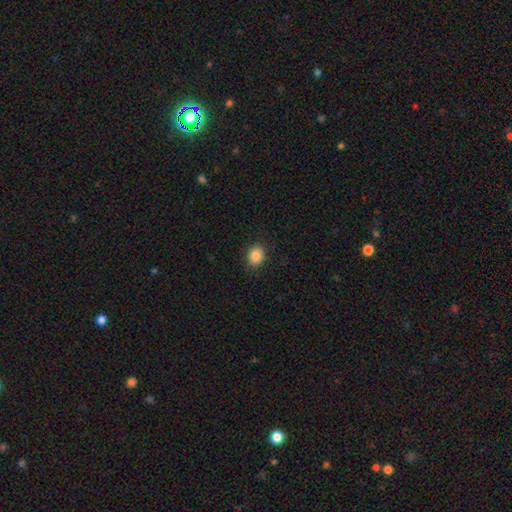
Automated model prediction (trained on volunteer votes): Smooth or featured: smooth — 86% (star or artifact — 9%)
How rounded: round — 51% (in between — 48%)
Merging: none — 90% (minor disturbance — 7%)